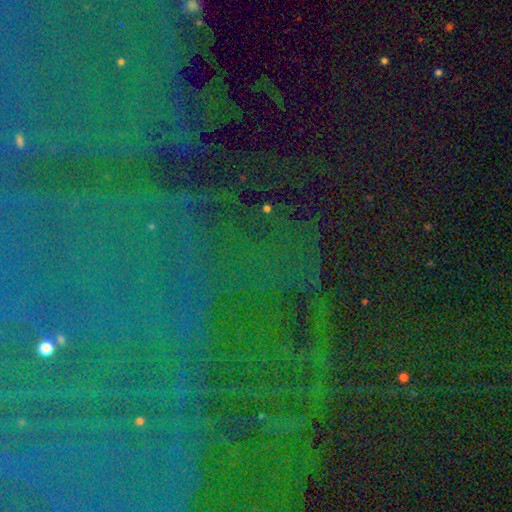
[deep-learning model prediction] smooth_or_featured: star or artifact (p=0.84) [alt: featured or disk p=0.08]